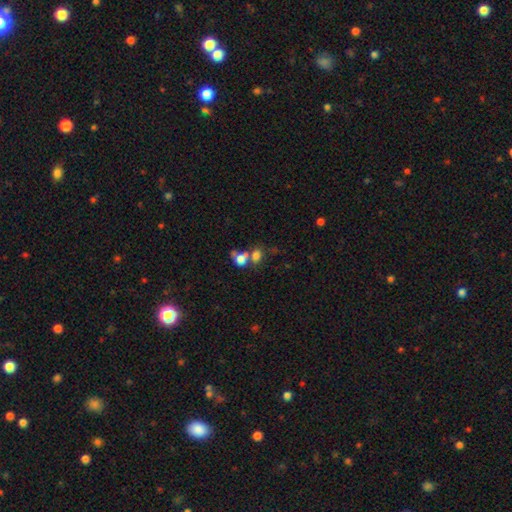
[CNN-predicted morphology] A smooth galaxy with no disk features (73%) that is in between round and cigar-shaped (57%).

Vote fractions:
- Smooth or featured? smooth: 73% / featured or disk: 14% / star or artifact: 13%
- How rounded? in between: 57% / round: 41% / cigar-shaped: 2%
- Merging? merger: 55% / none: 29% / minor disturbance: 9% / major disturbance: 7%